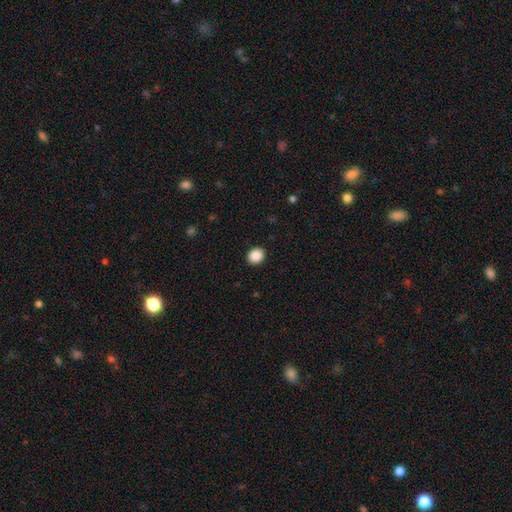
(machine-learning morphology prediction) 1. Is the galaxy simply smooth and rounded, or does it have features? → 88% smooth, 9% star or artifact, 3% featured or disk.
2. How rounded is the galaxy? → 76% round, 24% in between, 1% cigar-shaped.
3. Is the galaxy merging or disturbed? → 92% none, 5% minor disturbance, 2% major disturbance, 1% merger.